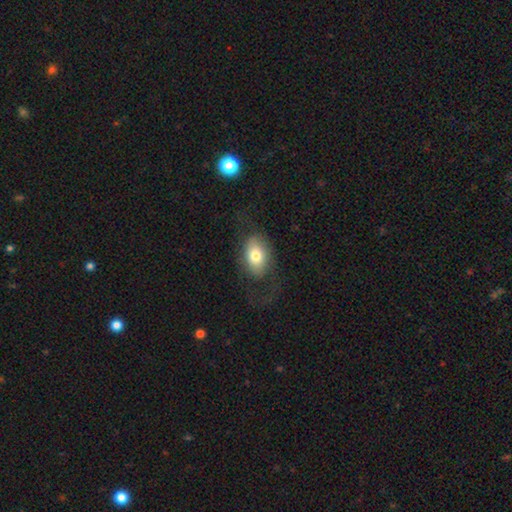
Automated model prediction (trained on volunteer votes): Smooth or featured: smooth — 68% (featured or disk — 25%)
How rounded: in between — 88% (round — 11%)
Merging: none — 60% (major disturbance — 21%)